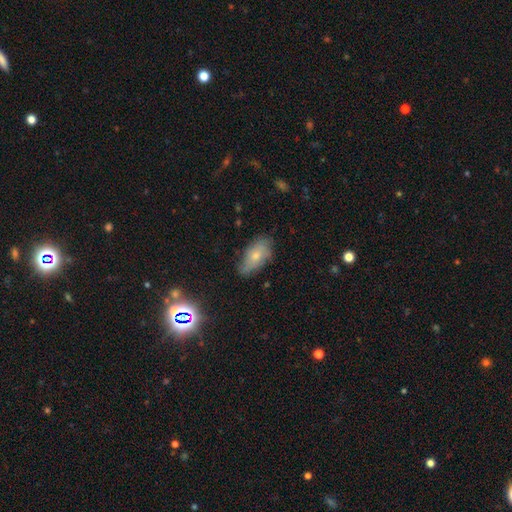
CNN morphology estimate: Overall: smooth (64%; featured or disk 27%). How rounded: in between (90%). Merging: none (62%; minor disturbance 29%).